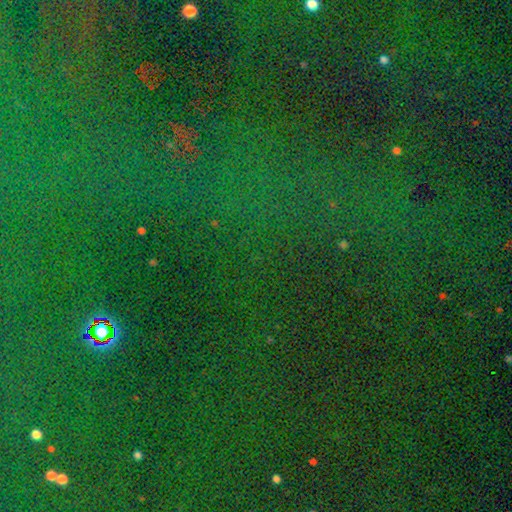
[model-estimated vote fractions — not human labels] smooth_or_featured: star or artifact (p=0.80) [alt: smooth p=0.12]